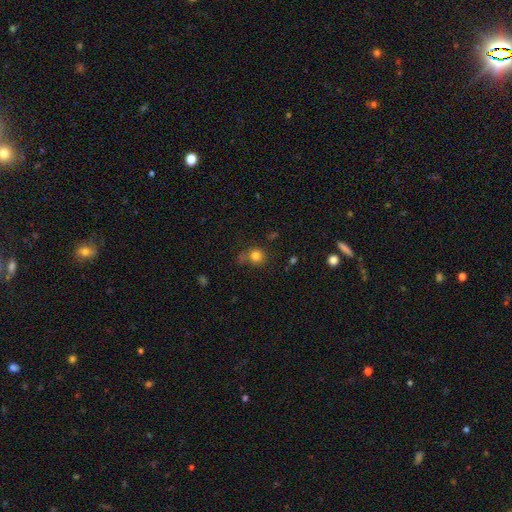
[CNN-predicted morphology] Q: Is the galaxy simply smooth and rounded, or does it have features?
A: smooth — 80%.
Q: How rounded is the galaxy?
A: round — 86%.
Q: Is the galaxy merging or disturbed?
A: none — 65%.